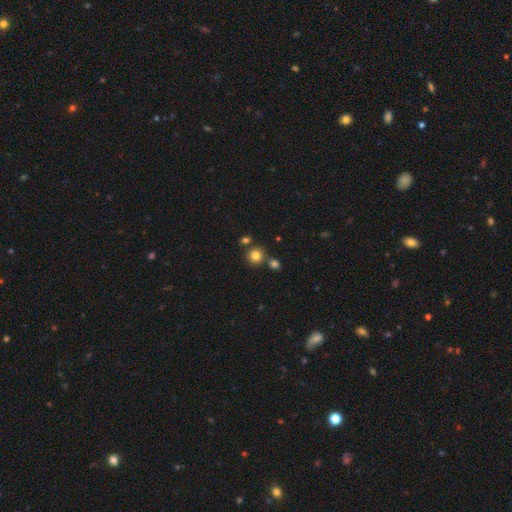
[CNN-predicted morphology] Overall: smooth (81%). How rounded: round (90%). Merging: none (76%).